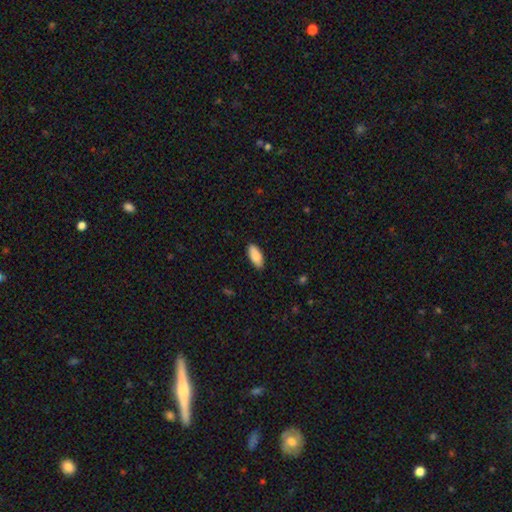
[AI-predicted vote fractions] A smooth galaxy with no disk features (85%) that is in between round and cigar-shaped (87%). Merging: none (87%).